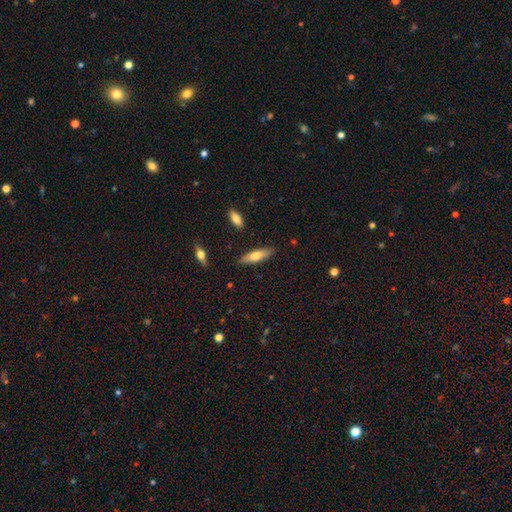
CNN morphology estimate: Overall: smooth (68%). How rounded: cigar-shaped (61%; in between 37%). Merging: none (84%).